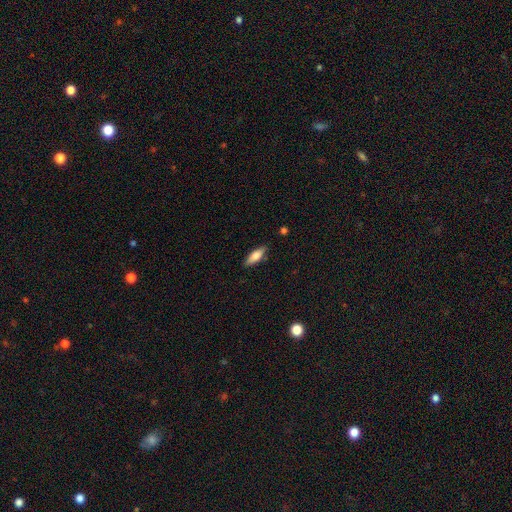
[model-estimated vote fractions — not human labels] Morphology: type=smooth (72%); roundness=in between (59%); merging=none (84%).